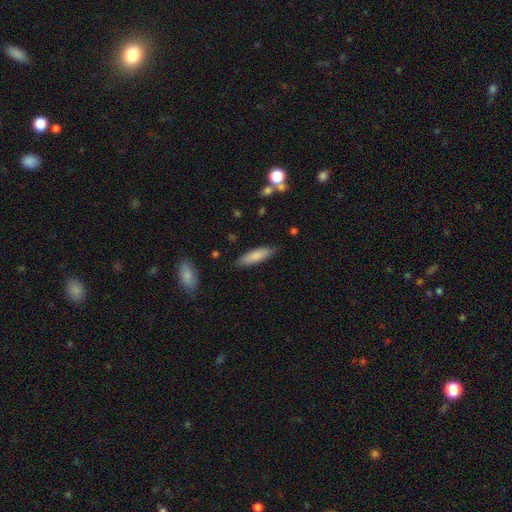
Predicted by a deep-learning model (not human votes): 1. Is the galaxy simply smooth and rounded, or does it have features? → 82% smooth, 12% featured or disk, 6% star or artifact.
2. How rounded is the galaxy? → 61% cigar-shaped, 37% in between, 1% round.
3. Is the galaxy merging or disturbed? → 86% none, 11% minor disturbance, 2% major disturbance, 2% merger.